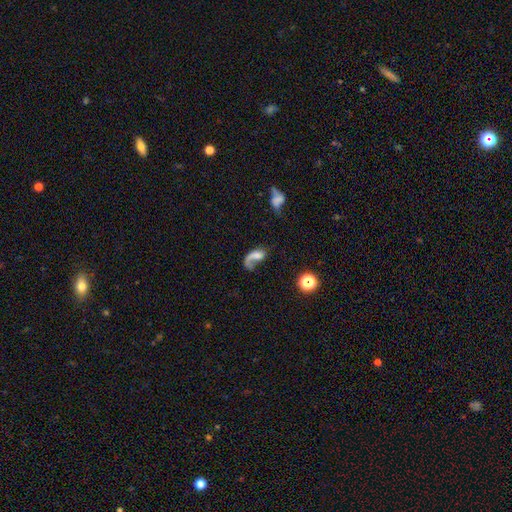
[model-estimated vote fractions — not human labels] smooth-or-featured: featured or disk: 50% | smooth: 38% | star or artifact: 11%
  disk-edge-on: no: 96% | yes: 4%
  merging: major disturbance: 44% | none: 28% | minor disturbance: 15% | merger: 13%